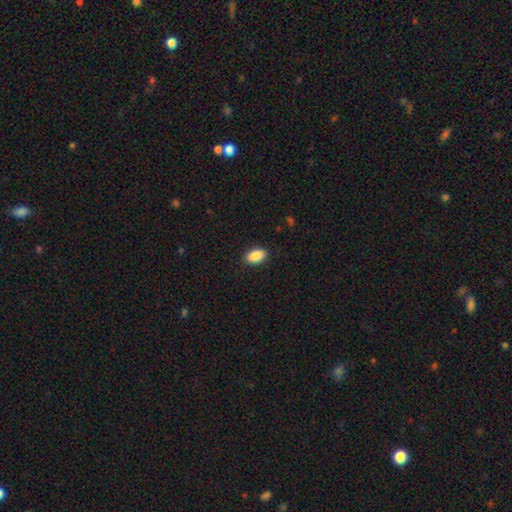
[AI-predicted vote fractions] The model was most divided on "merging": none: 89%, minor disturbance: 8%, major disturbance: 2%, merger: 1%. More confident: how rounded — in between (93%); smooth or featured — smooth (90%).